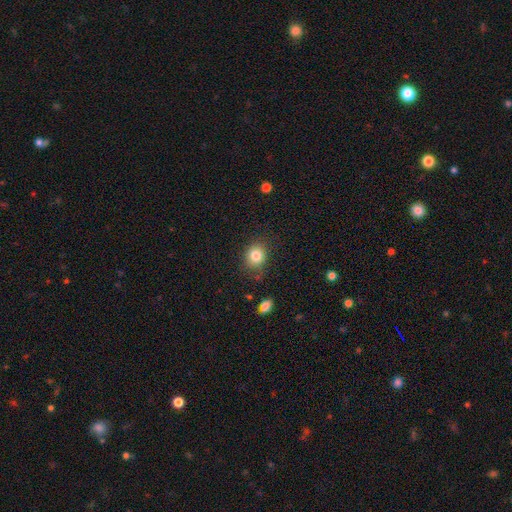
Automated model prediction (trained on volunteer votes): Smooth or featured? Predicted: smooth (p=0.83). How rounded? Predicted: round (p=0.67). Merging? Predicted: none (p=0.79).